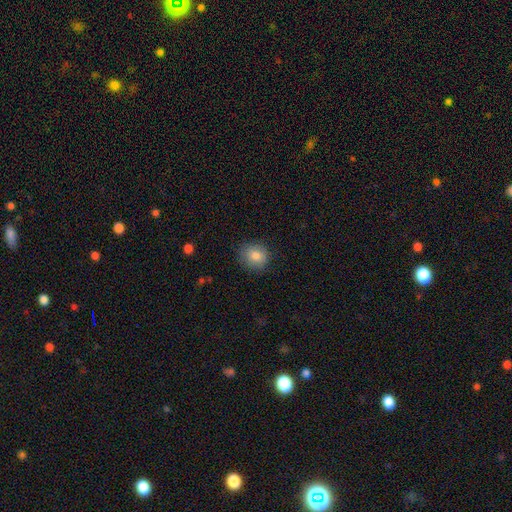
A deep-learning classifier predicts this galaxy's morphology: smooth_or_featured: smooth (p=0.83) [alt: star or artifact p=0.09]
how_rounded: round (p=0.79) [alt: in between p=0.20]
merging: none (p=0.85) [alt: minor disturbance p=0.12]